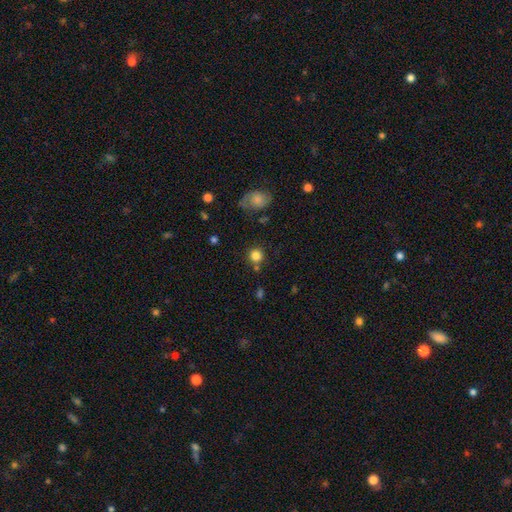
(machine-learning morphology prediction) Smooth or featured? smooth (82%)
How rounded? round (92%)
Merging? none (78%)